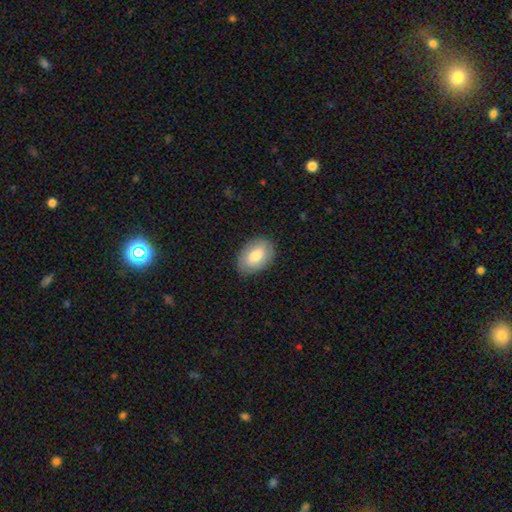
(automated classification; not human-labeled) A smooth galaxy with no disk features (73%) that is in between round and cigar-shaped (88%).

Vote fractions:
- Smooth or featured? smooth: 73% / featured or disk: 20% / star or artifact: 6%
- How rounded? in between: 88% / round: 11% / cigar-shaped: 1%
- Merging? none: 81% / minor disturbance: 15% / major disturbance: 3% / merger: 1%